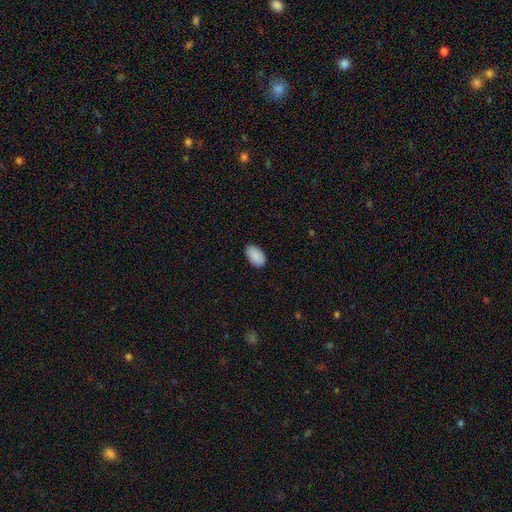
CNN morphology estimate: Overall: smooth (90%). How rounded: in between (93%). Merging: none (87%).